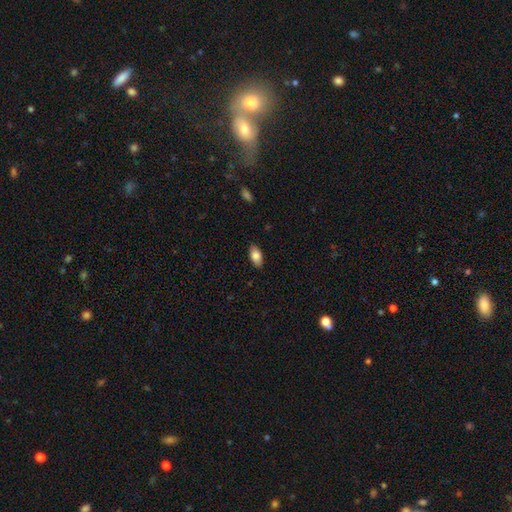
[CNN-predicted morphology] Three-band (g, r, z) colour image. It shows a smooth galaxy with no disk features (82%) that is in between round and cigar-shaped (92%). Merging: none (87%).